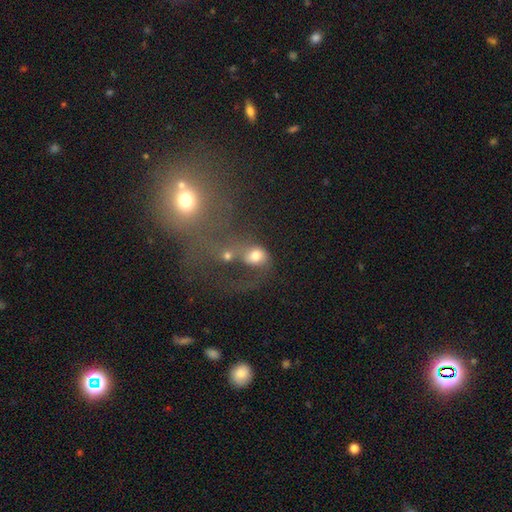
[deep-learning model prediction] Smooth or featured?
  - smooth: 62% *
  - featured or disk: 24%
  - star or artifact: 14%
How rounded?
  - in between: 49% * (tied)
  - round: 49% * (tied)
  - cigar-shaped: 2%
Merging?
  - merger: 43% *
  - major disturbance: 28%
  - none: 19%
  - minor disturbance: 11%